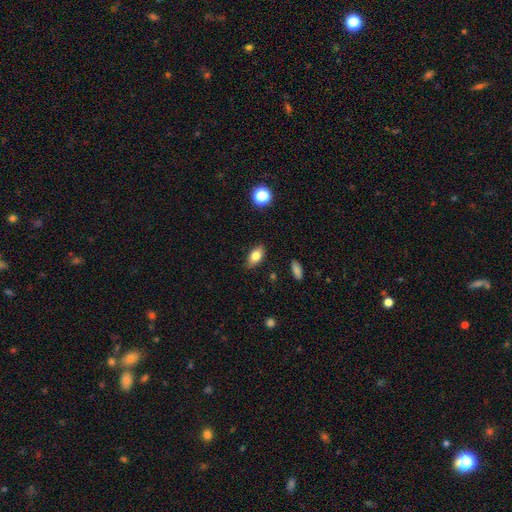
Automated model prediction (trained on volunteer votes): A smooth galaxy with no disk features (79%) that is in between round and cigar-shaped (88%). Merging: none (85%).